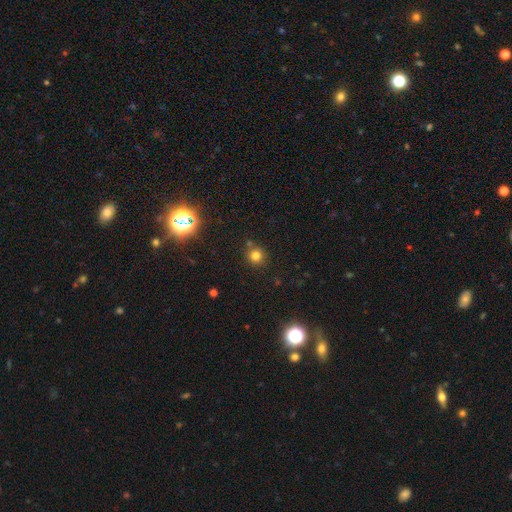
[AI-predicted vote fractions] This appears to be a smooth galaxy with no disk features (75%) that is round (91%). Merging: none (77%).